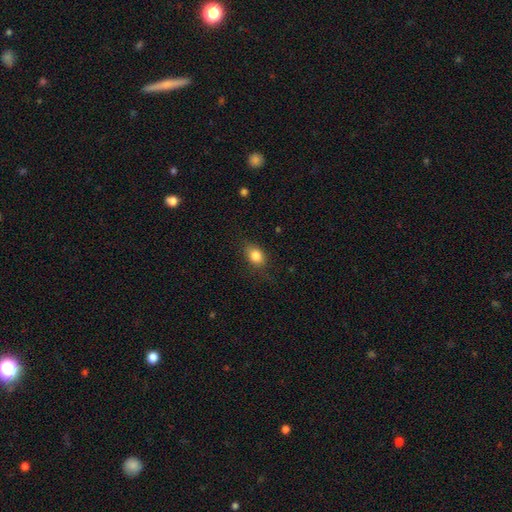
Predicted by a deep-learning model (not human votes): Q: Smooth or featured?
A: smooth (83%); runner-up: star or artifact (9%)
Q: How rounded?
A: in between (70%); runner-up: round (28%)
Q: Merging?
A: none (77%); runner-up: minor disturbance (17%)